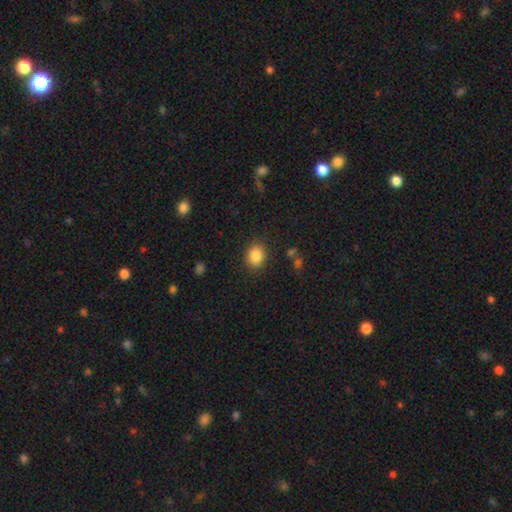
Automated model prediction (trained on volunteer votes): Overall: smooth (85%). How rounded: round (60%; in between 40%). Merging: none (86%).